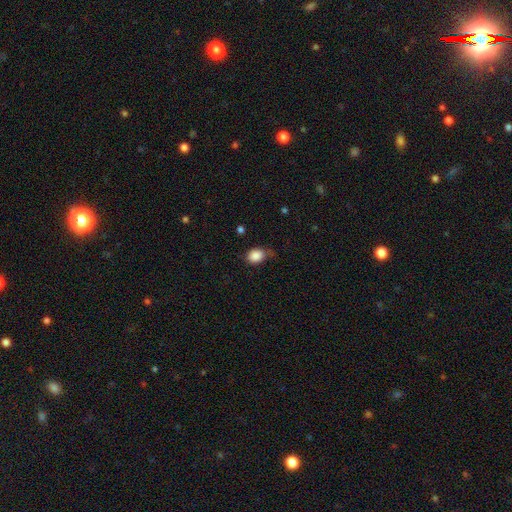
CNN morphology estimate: Smooth or featured: smooth — 87% (star or artifact — 9%)
How rounded: in between — 56% (round — 43%)
Merging: none — 56% (minor disturbance — 33%)